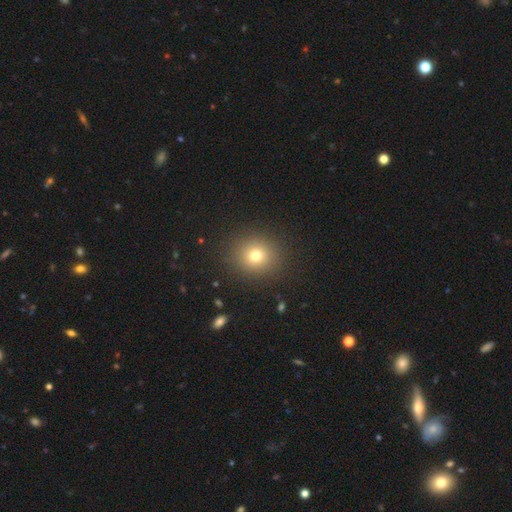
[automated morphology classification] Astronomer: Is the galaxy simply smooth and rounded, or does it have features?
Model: smooth — 75%.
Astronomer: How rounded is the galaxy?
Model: round — 85%.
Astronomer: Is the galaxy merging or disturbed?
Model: none — 90%.